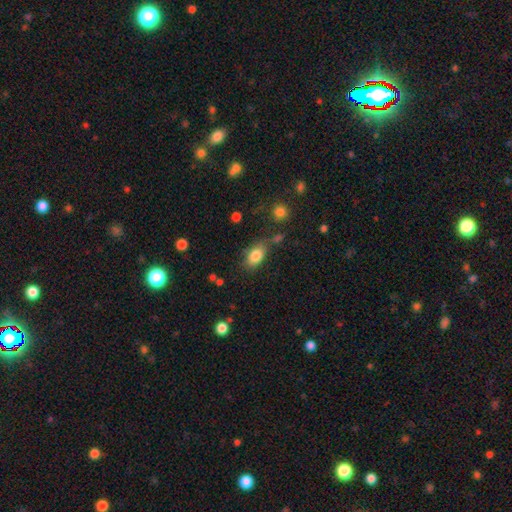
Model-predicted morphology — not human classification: The model was most divided on "merging": none: 67%, minor disturbance: 19%, merger: 7%, major disturbance: 6%. More confident: how rounded — in between (87%); smooth or featured — smooth (83%).